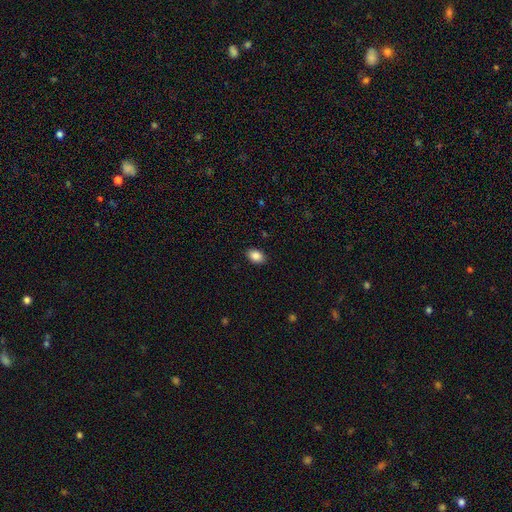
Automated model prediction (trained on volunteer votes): smooth 88%, star or artifact 8%, featured or disk 4%. Down the decision tree: how rounded — in between (84%); merging — none (89%).